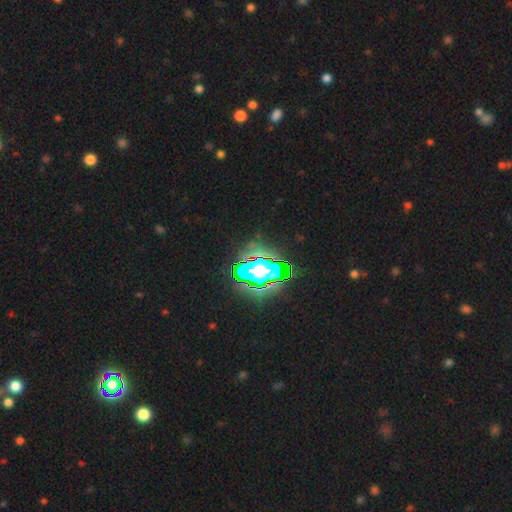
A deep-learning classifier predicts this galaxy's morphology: This is clearly a star or artifact rather than a galaxy (81%).